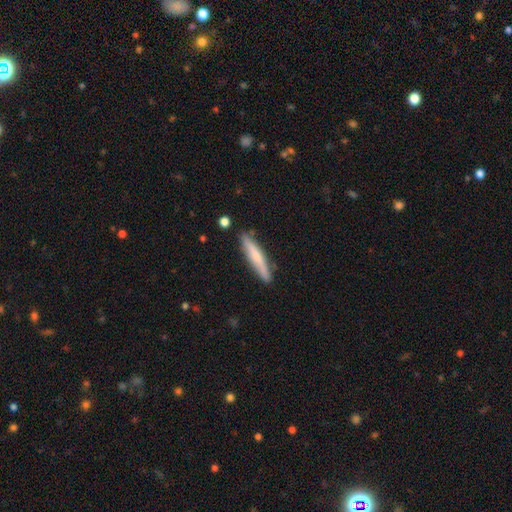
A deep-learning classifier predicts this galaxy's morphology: Smooth or featured: smooth — 62% (featured or disk — 32%)
How rounded: cigar-shaped — 92% (in between — 7%)
Merging: none — 85% (minor disturbance — 12%)